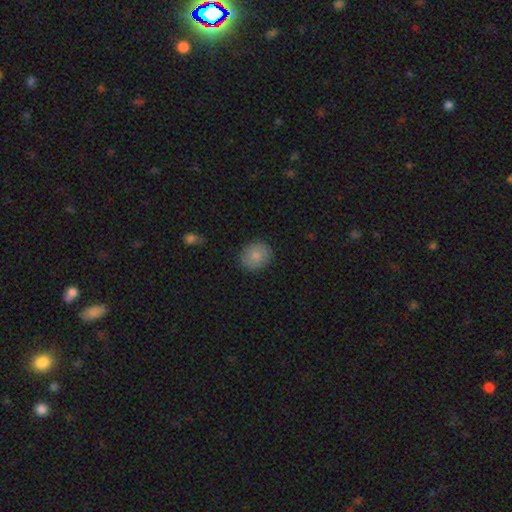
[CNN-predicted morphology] The model was most divided on "how rounded": round: 73%, in between: 26%, cigar-shaped: 1%. More confident: merging — none (87%); smooth or featured — smooth (83%).